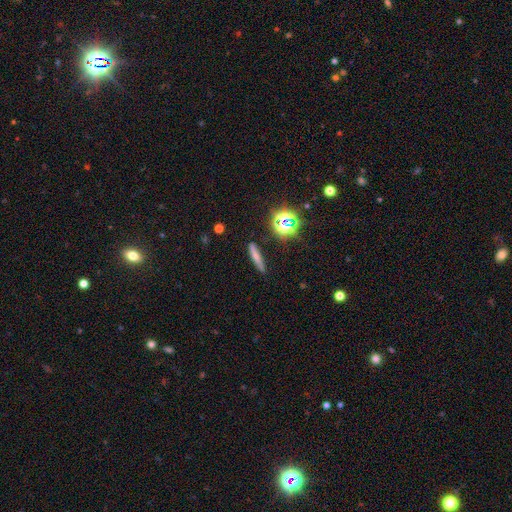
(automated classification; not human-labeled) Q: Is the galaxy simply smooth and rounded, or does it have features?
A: smooth — 61%.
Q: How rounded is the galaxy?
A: cigar-shaped — 86%.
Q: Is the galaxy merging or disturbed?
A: none — 83%.